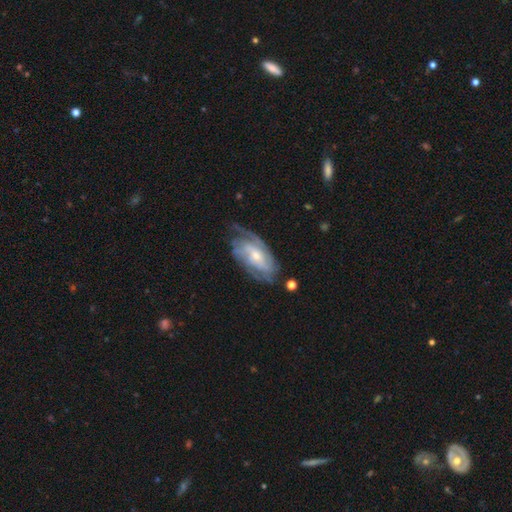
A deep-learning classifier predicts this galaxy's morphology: Smooth or featured? featured or disk (82%)
Edge-on disk? no (94%)
Bar? no (55%)
Spiral arms? yes (93%)
Spiral winding? tight (52%)
Spiral arm count? can't tell (37%)
Bulge size? small (56%)
Merging? none (62%)